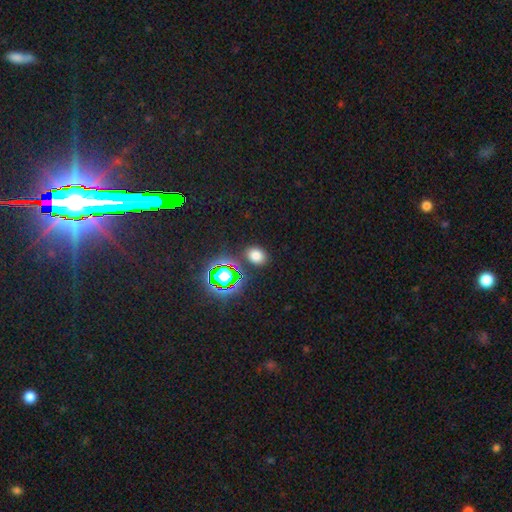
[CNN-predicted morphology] type=smooth (72%); roundness=in between (62%); merging=none (84%).